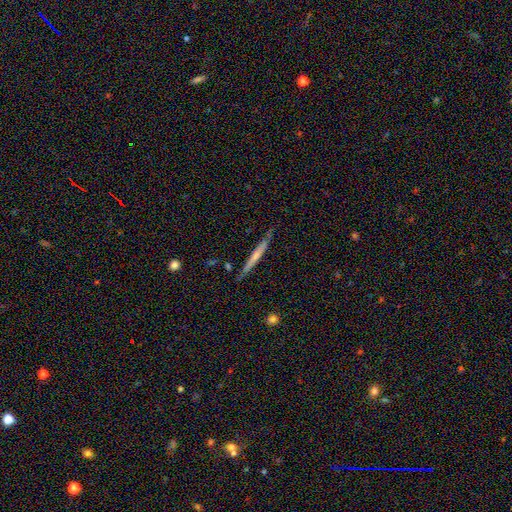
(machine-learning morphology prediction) The model was most divided on "smooth or featured": smooth: 49%, featured or disk: 45%, star or artifact: 6%. More confident: merging — none (83%).